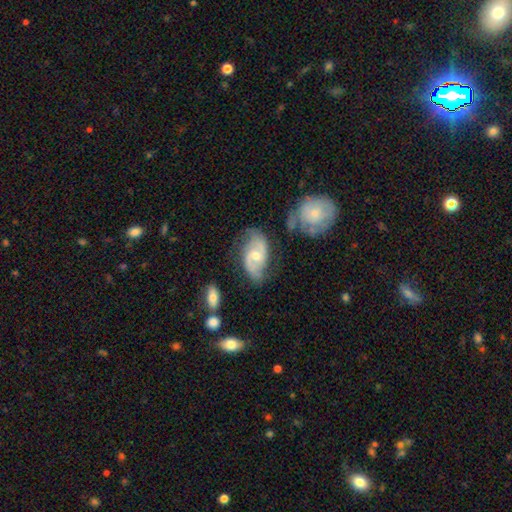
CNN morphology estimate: Smooth or featured: featured or disk — 78% (smooth — 16%)
Edge-on disk: no — 96% (yes — 4%)
Bar: no — 52% (weak — 38%)
Spiral arms: yes — 91% (no — 9%)
Spiral winding: medium — 43% (loose — 36%)
Spiral arm count: 2 — 84% (can't tell — 9%)
Bulge size: moderate — 57% (small — 38%)
Merging: none — 62% (minor disturbance — 22%)